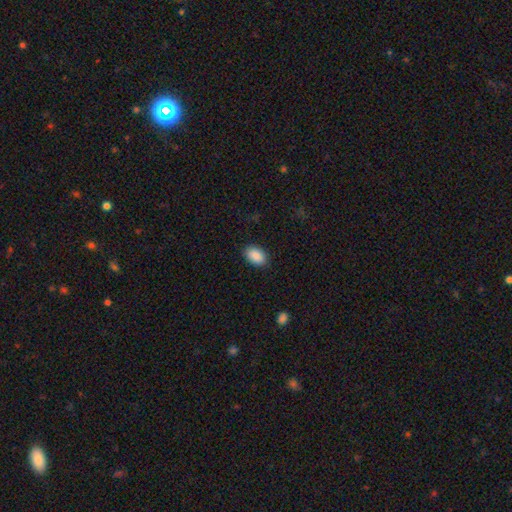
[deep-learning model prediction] Smooth or featured?
  - smooth: 91% *
  - star or artifact: 7%
  - featured or disk: 3%
How rounded?
  - in between: 91% *
  - round: 8%
  - cigar-shaped: 1%
Merging?
  - none: 88% *
  - minor disturbance: 9%
  - major disturbance: 2%
  - merger: 1%